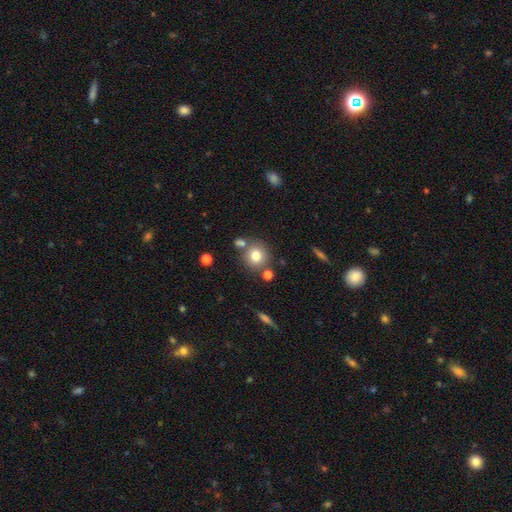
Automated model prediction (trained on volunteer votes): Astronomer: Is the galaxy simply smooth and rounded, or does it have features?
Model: smooth — 77%.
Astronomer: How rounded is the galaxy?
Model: round — 88%.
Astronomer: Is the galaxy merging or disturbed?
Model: none — 73%.